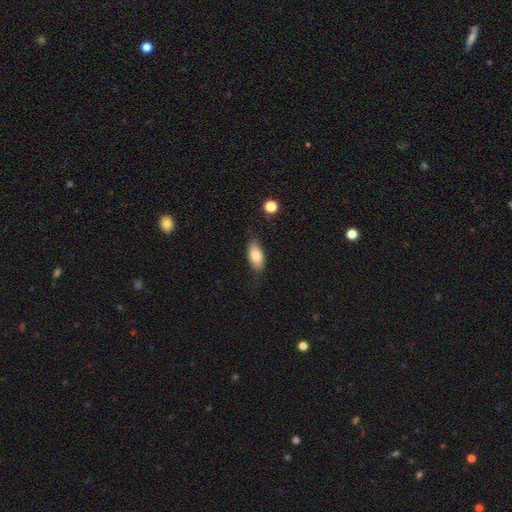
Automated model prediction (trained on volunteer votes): smooth 78%, featured or disk 15%, star or artifact 8%. Down the decision tree: how rounded — in between (89%); merging — none (78%).